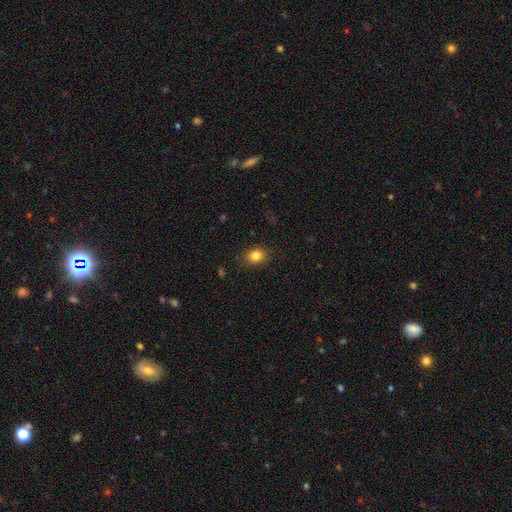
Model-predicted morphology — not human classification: Smooth or featured: smooth — 82% (star or artifact — 11%)
How rounded: round — 52% (in between — 47%)
Merging: none — 84% (minor disturbance — 12%)